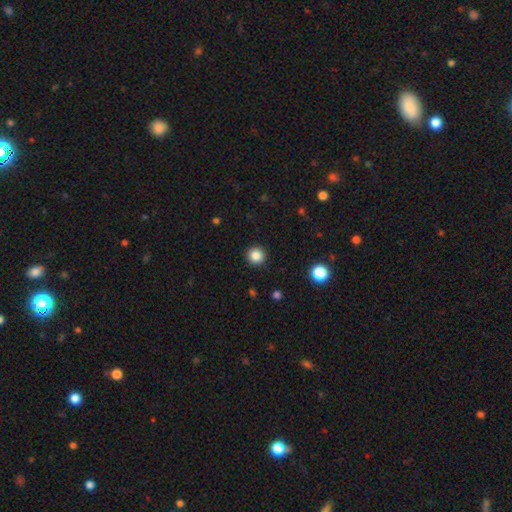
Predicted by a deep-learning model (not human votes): This is clearly a smooth galaxy (86%). How rounded: clearly round (95%). Merging: clearly none (92%).